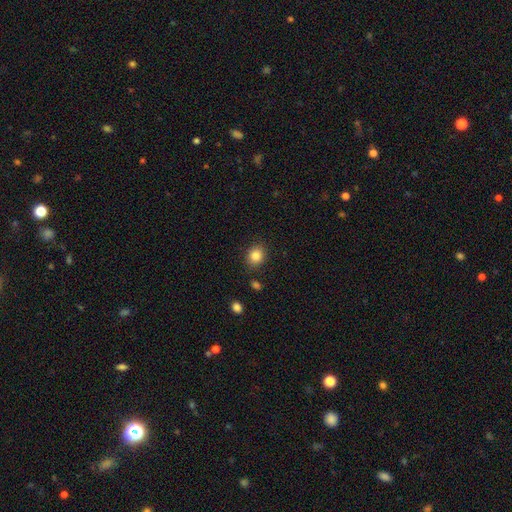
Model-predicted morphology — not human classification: Smooth or featured: smooth — 84% (star or artifact — 10%)
How rounded: round — 63% (in between — 36%)
Merging: none — 86% (minor disturbance — 10%)